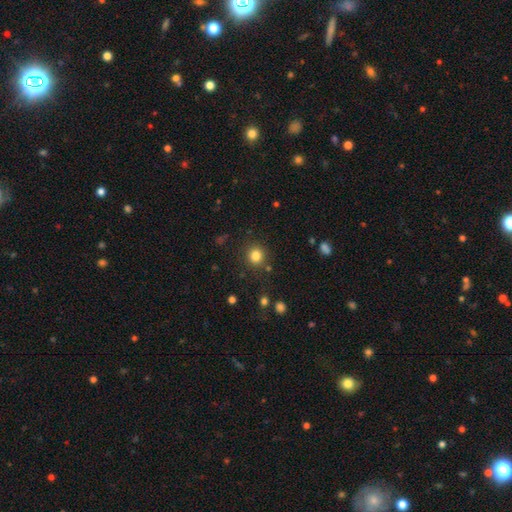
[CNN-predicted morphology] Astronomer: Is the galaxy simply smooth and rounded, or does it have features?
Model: smooth — 82%.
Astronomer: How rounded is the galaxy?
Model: round — 92%.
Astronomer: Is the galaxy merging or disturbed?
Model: none — 87%.